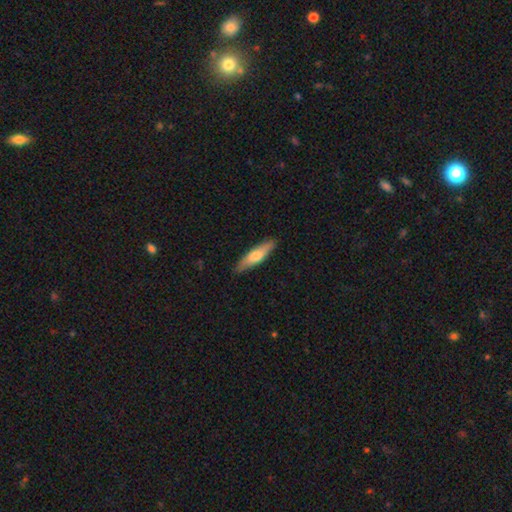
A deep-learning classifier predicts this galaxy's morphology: smooth_or_featured: smooth (p=0.59) [alt: featured or disk p=0.35]
how_rounded: cigar-shaped (p=0.74) [alt: in between p=0.25]
merging: none (p=0.89) [alt: minor disturbance p=0.09]